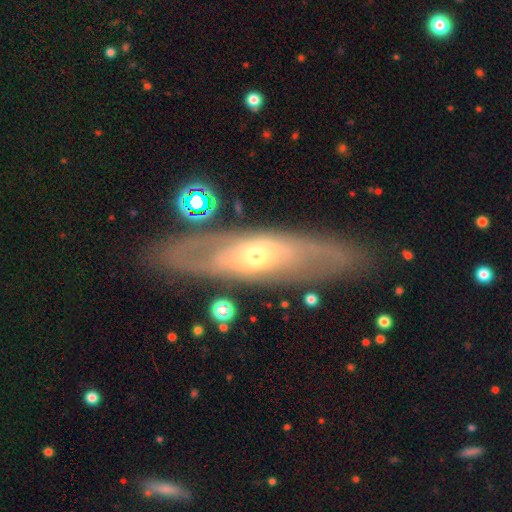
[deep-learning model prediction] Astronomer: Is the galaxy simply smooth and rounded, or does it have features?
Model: featured or disk — 70%.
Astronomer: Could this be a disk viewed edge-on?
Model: no — 71%.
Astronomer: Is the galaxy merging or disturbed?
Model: none — 77%.